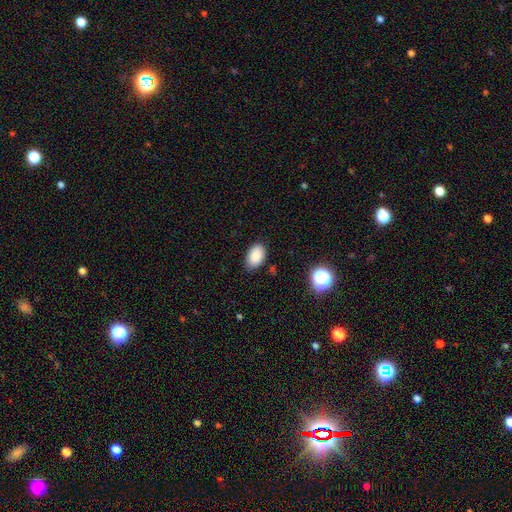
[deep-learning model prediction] Smooth or featured? Predicted: smooth (p=0.87). How rounded? Predicted: in between (p=0.89). Merging? Predicted: none (p=0.81).